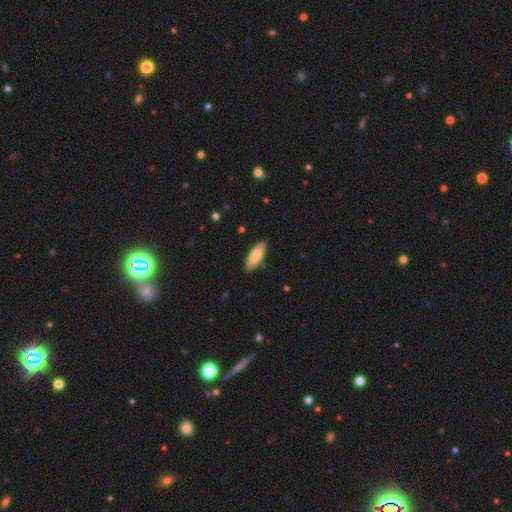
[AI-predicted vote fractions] The model was most divided on "how rounded": in between: 73%, cigar-shaped: 25%, round: 2%. More confident: merging — none (86%); smooth or featured — smooth (79%).